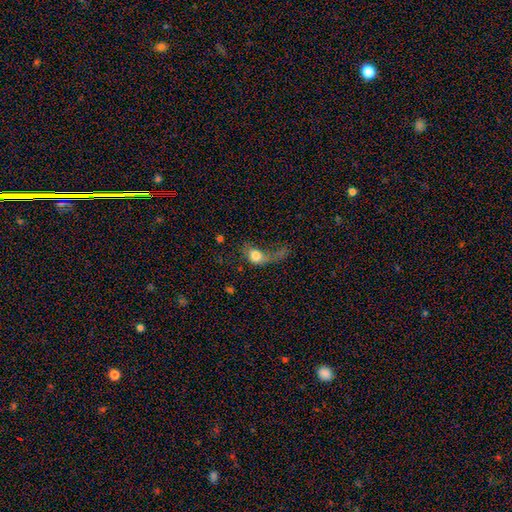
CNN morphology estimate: smooth 66%, featured or disk 24%, star or artifact 10%. Down the decision tree: how rounded — in between (57%); merging — major disturbance (63%).